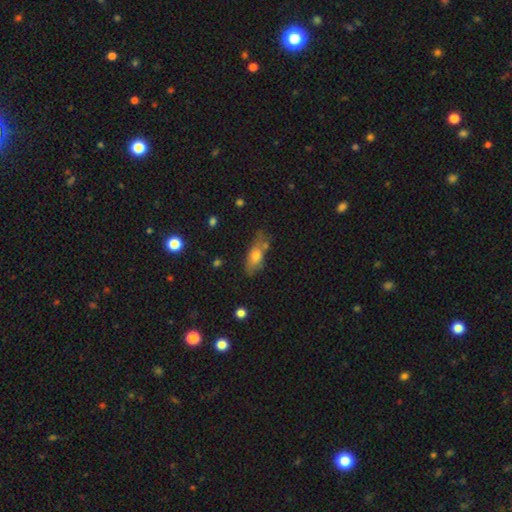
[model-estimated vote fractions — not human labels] smooth_or_featured: smooth (p=0.67) [alt: featured or disk p=0.24]
how_rounded: in between (p=0.76) [alt: cigar-shaped p=0.19]
merging: none (p=0.55) [alt: minor disturbance p=0.26]